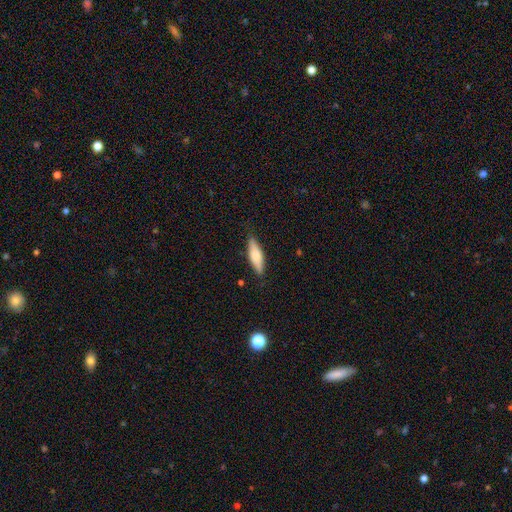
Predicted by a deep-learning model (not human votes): Smooth or featured? Predicted: smooth (p=0.69). How rounded? Predicted: cigar-shaped (p=0.50). Merging? Predicted: none (p=0.83).